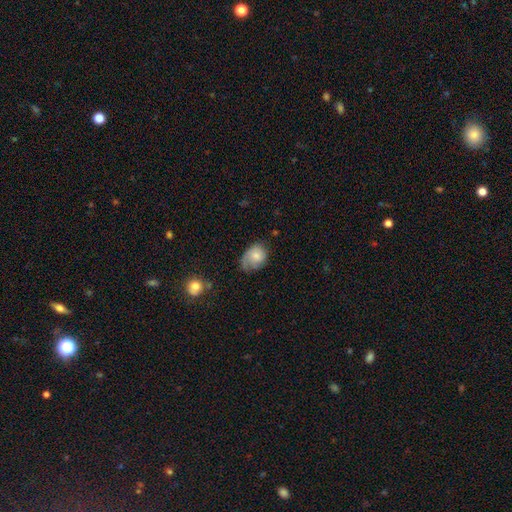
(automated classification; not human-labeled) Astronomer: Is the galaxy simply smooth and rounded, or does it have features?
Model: smooth — 64%.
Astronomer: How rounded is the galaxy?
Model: in between — 66%.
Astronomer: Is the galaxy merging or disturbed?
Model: none — 41% (runner-up: minor disturbance, 36%).